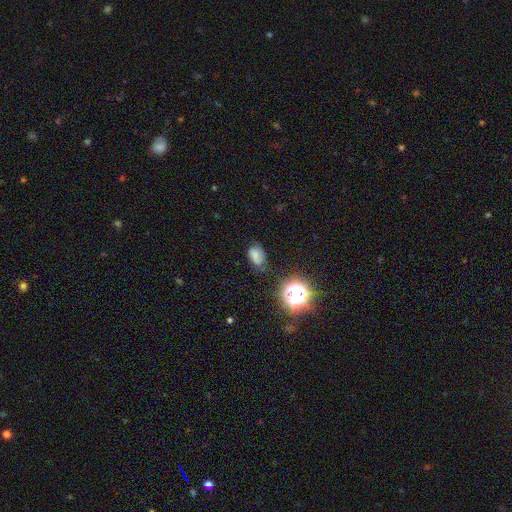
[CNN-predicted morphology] This is likely a smooth galaxy (62%). How rounded: likely in between (80%). Merging: possibly none (57%).